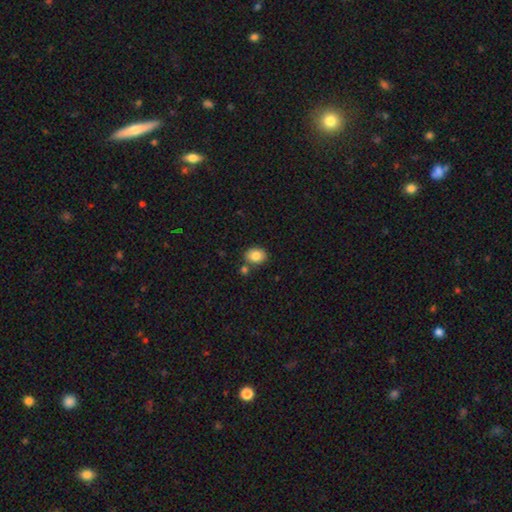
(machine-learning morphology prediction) The model was most divided on "how rounded": in between: 64%, round: 35%, cigar-shaped: 1%. More confident: smooth or featured — smooth (85%); merging — none (76%).